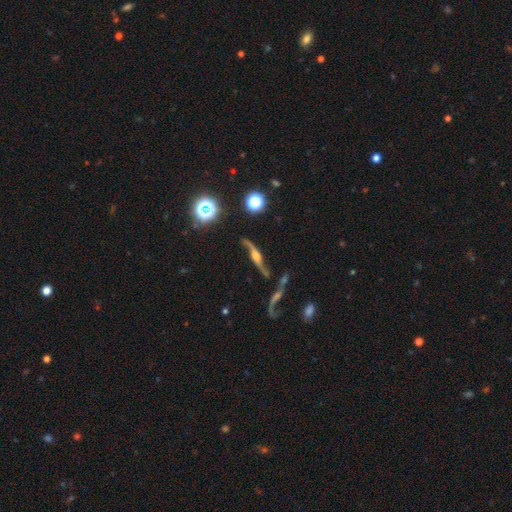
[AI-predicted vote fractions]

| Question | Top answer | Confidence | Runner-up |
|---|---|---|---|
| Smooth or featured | featured or disk | 81% | star or artifact (11%) |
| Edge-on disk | no | 64% | yes (36%) |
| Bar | no | 58% | weak (27%) |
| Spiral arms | yes | 93% | no (7%) |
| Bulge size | moderate | 42% | small (24%) |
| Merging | none | 63% | minor disturbance (16%) |